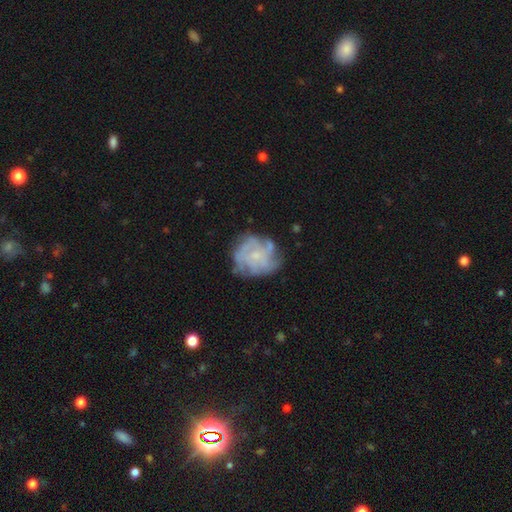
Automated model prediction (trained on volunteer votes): smooth-or-featured: featured or disk: 70% | smooth: 22% | star or artifact: 9%
  disk-edge-on: no: 98% | yes: 2%
    bar: no: 78% | weak: 19% | strong: 3%
    has-spiral-arms: yes: 76% | no: 24%
      spiral-winding: tight: 51% | medium: 34% | loose: 15%
      spiral-arm-count: can't tell: 44% | 4: 21% | 3: 12% | more than 4: 9% | 2: 8% | 1: 6%
    bulge-size: small: 60% | moderate: 24% | none: 13% | large: 2% | dominant: 1%
  merging: none: 66% | minor disturbance: 20% | major disturbance: 11% | merger: 3%